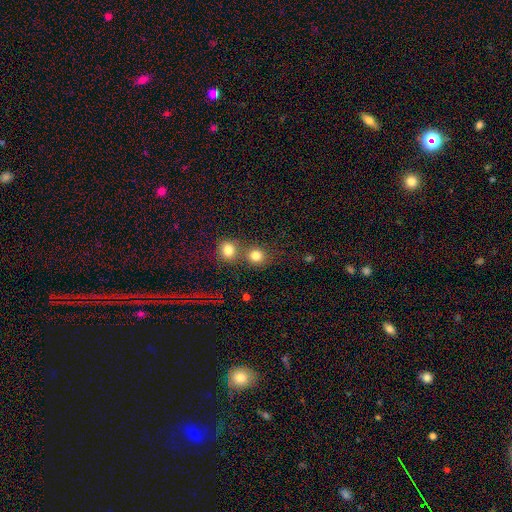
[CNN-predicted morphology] Smooth or featured? smooth (81%)
How rounded? round (85%)
Merging? none (51%)